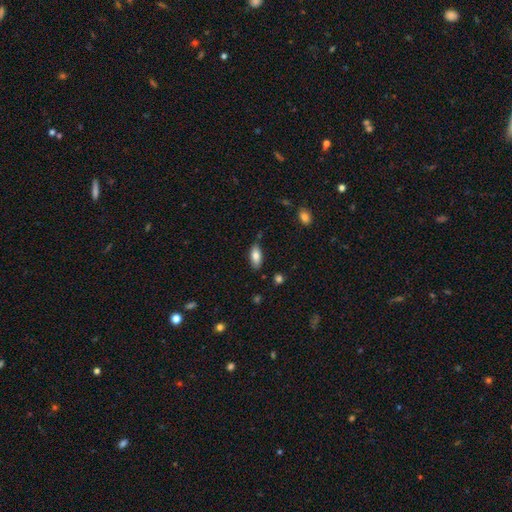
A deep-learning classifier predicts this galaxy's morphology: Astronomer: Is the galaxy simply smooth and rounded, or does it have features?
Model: smooth — 79%.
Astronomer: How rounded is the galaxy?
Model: in between — 85%.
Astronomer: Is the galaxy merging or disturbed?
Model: none — 79%.